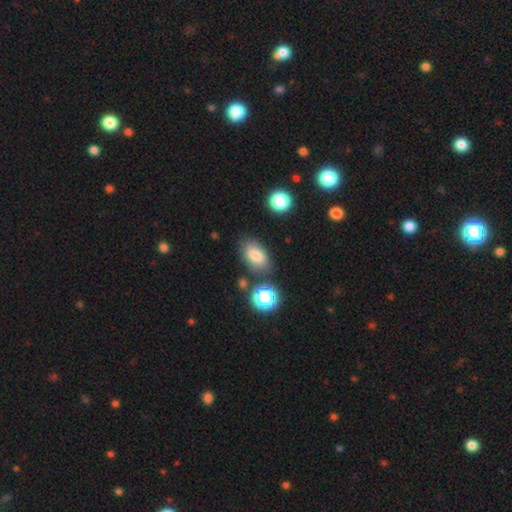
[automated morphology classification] Overall: smooth (78%). How rounded: in between (87%). Merging: none (75%).